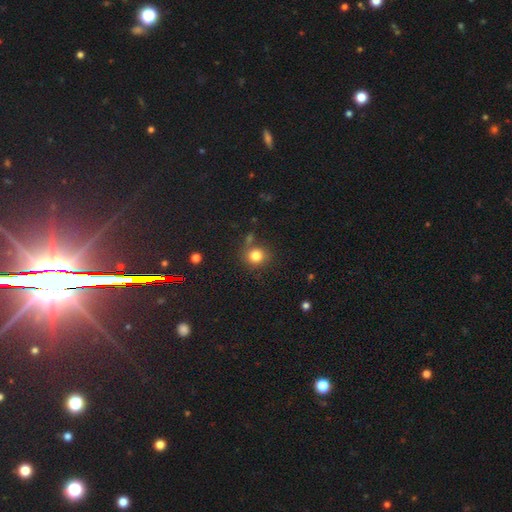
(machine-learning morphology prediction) Smooth or featured: smooth — 81% (star or artifact — 12%)
How rounded: round — 86% (in between — 13%)
Merging: none — 75% (minor disturbance — 11%)